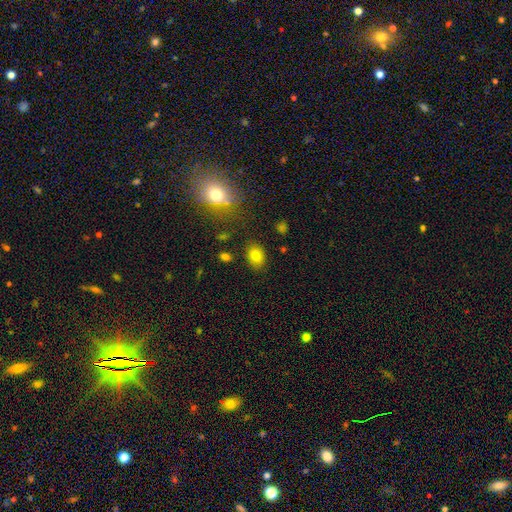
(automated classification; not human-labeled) This appears to be a smooth galaxy with no disk features (78%) that is in between round and cigar-shaped (70%). Merging: none (85%).